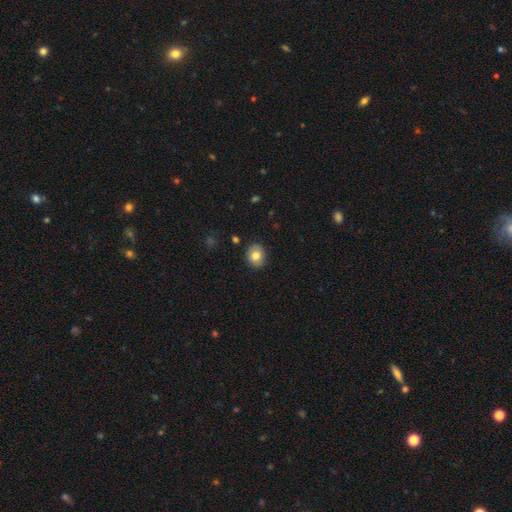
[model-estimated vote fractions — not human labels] Smooth or featured? Predicted: smooth (p=0.79). How rounded? Predicted: round (p=0.60). Merging? Predicted: none (p=0.88).